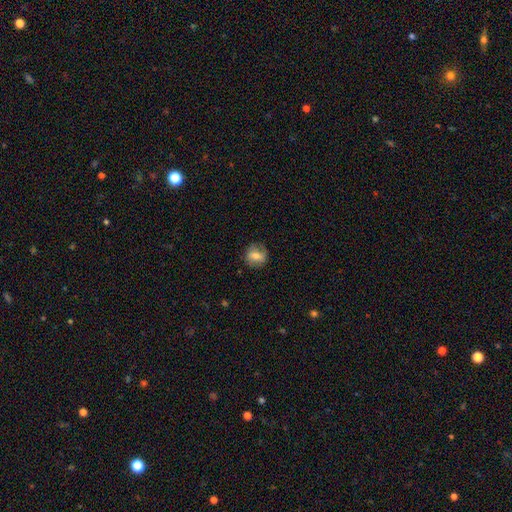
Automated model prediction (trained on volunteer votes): smooth-or-featured: smooth: 65% | featured or disk: 26% | star or artifact: 8%
  how-rounded: round: 76% | in between: 23% | cigar-shaped: 1%
  merging: none: 81% | minor disturbance: 14% | major disturbance: 4% | merger: 1%